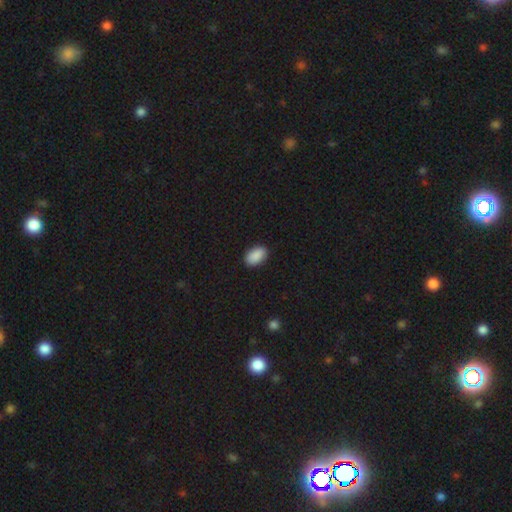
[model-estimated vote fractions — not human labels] Smooth or featured?
  - smooth: 90% *
  - star or artifact: 7%
  - featured or disk: 3%
How rounded?
  - in between: 91% *
  - round: 7%
  - cigar-shaped: 1%
Merging?
  - none: 88% *
  - minor disturbance: 9%
  - major disturbance: 2%
  - merger: 1%